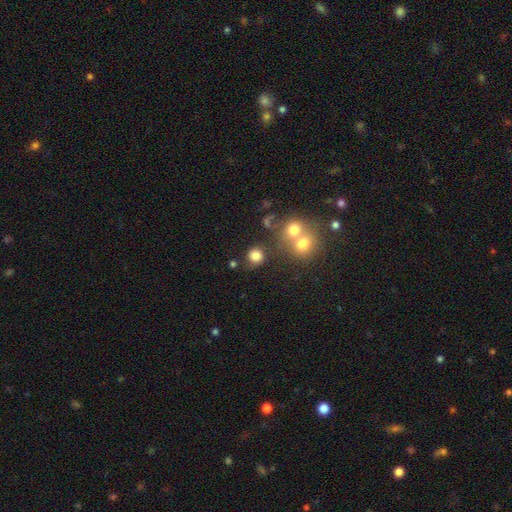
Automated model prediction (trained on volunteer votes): A smooth galaxy with no disk features (80%) that is round (89%). Merging: none (73%).